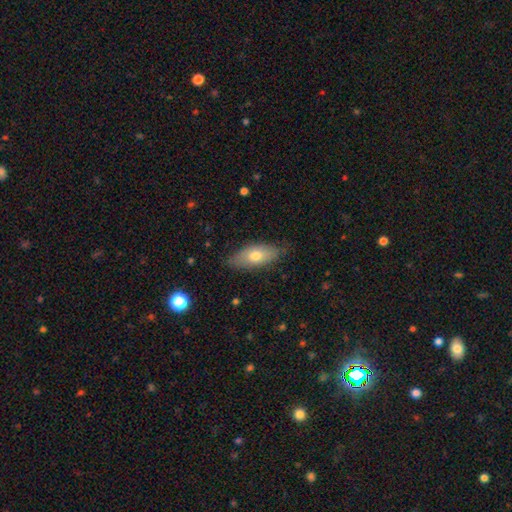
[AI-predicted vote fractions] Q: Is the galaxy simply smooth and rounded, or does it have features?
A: smooth — 69%.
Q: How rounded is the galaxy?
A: in between — 81%.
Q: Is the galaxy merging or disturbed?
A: none — 78%.